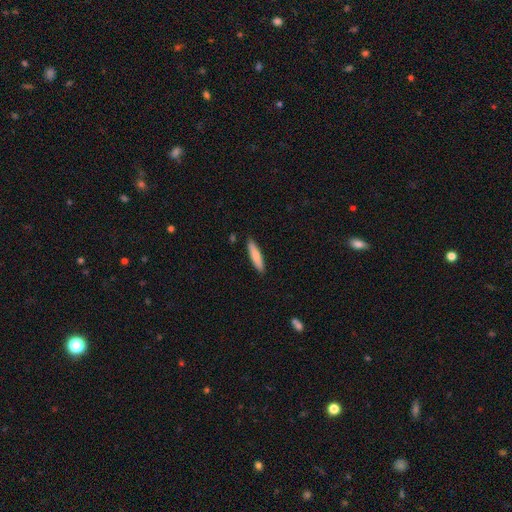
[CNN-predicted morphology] Smooth or featured? smooth (77%)
How rounded? cigar-shaped (83%)
Merging? none (90%)